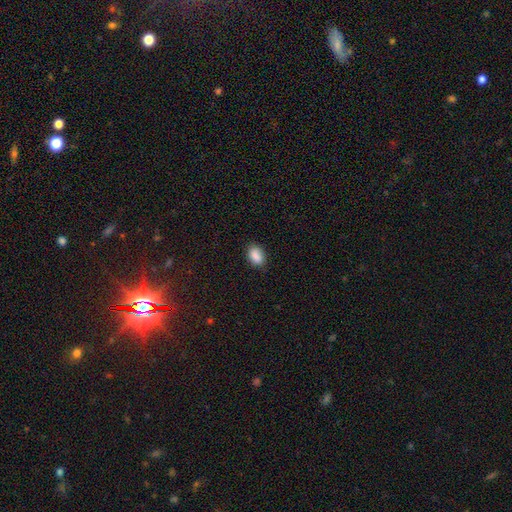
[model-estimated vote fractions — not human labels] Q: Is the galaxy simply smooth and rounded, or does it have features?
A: smooth — 88%.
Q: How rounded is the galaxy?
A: in between — 86%.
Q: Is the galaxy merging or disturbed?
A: none — 83%.